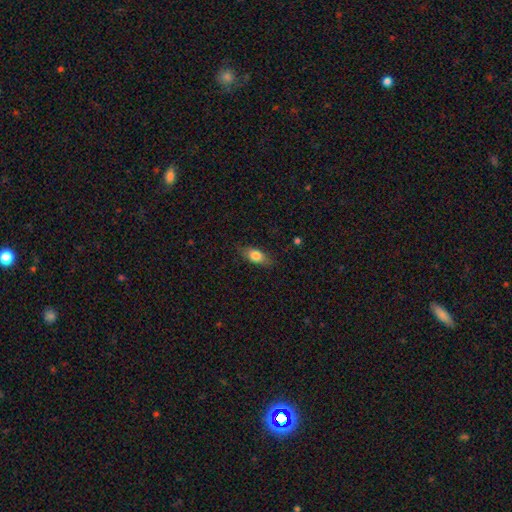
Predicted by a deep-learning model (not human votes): Smooth or featured? smooth (76%)
How rounded? in between (79%)
Merging? none (81%)